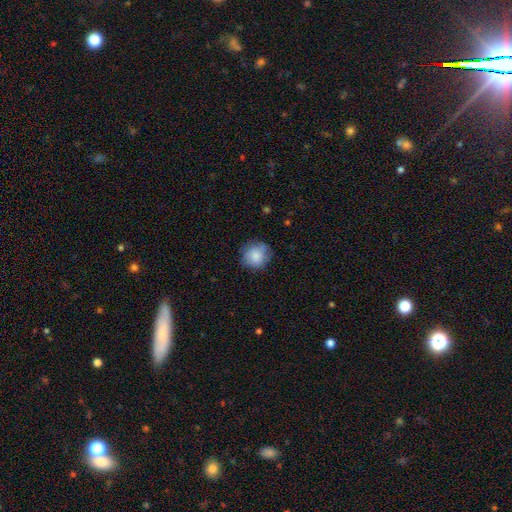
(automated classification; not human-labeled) A smooth galaxy with no disk features (81%) that is round (88%).

Vote fractions:
- Smooth or featured? smooth: 81% / featured or disk: 11% / star or artifact: 8%
- How rounded? round: 88% / in between: 11% / cigar-shaped: 1%
- Merging? none: 75% / minor disturbance: 19% / major disturbance: 5% / merger: 1%